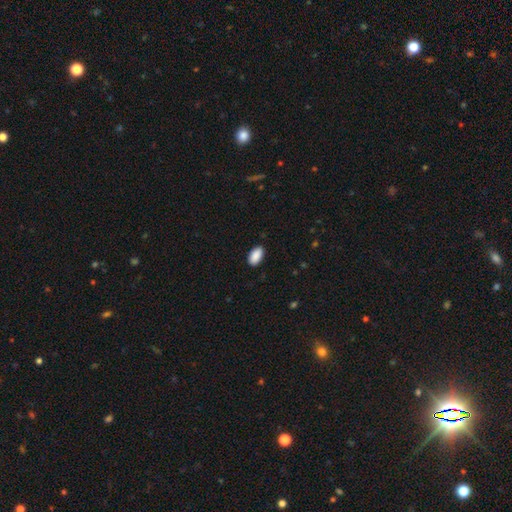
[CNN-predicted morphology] smooth-or-featured: smooth: 91% | star or artifact: 6% | featured or disk: 3%
  how-rounded: in between: 95% | round: 3% | cigar-shaped: 2%
  merging: none: 89% | minor disturbance: 9% | major disturbance: 2% | merger: 1%